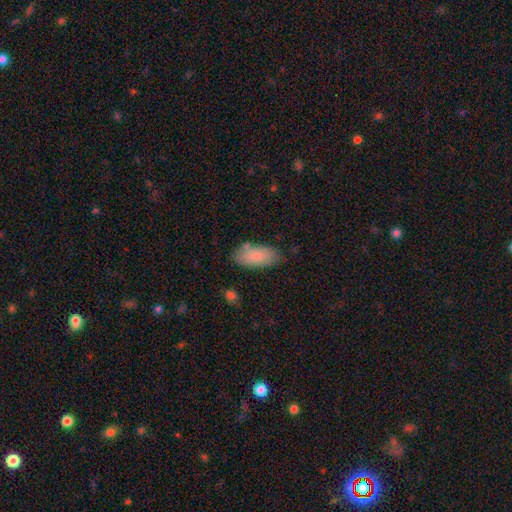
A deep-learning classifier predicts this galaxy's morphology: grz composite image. It shows a smooth galaxy with no disk features (84%) that is in between round and cigar-shaped (91%). Merging: none (76%).